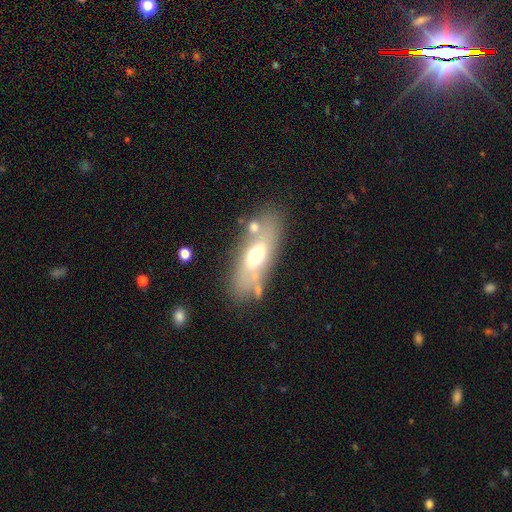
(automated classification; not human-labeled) Overall: smooth (53%; featured or disk 38%). How rounded: in between (72%). Merging: none (68%).